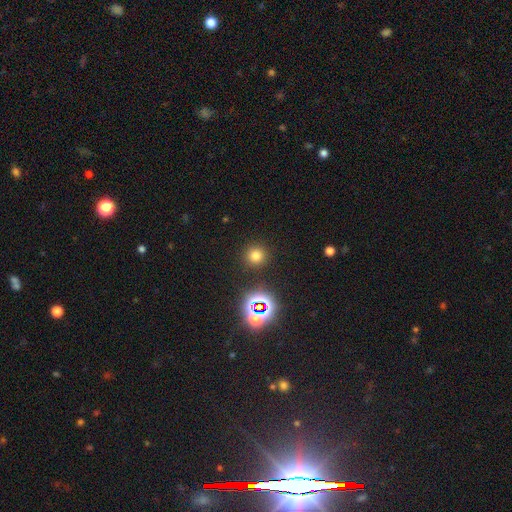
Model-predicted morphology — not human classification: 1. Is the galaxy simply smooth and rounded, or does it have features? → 71% smooth, 23% star or artifact, 7% featured or disk.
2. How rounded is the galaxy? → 93% round, 6% in between, 1% cigar-shaped.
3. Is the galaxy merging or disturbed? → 89% none, 6% minor disturbance, 3% major disturbance, 2% merger.